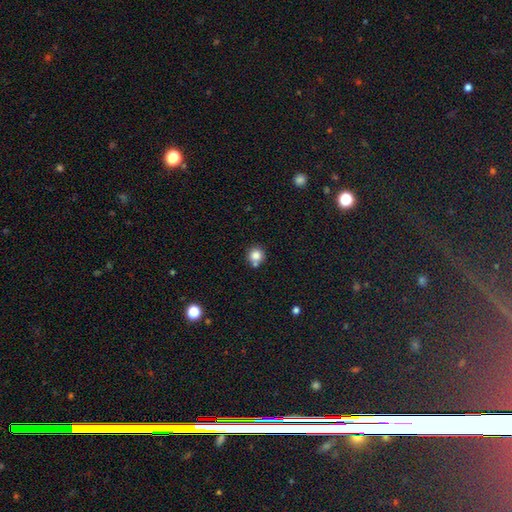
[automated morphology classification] Q: Smooth or featured?
A: smooth (83%); runner-up: star or artifact (11%)
Q: How rounded?
A: round (92%); runner-up: in between (7%)
Q: Merging?
A: none (68%); runner-up: merger (18%)